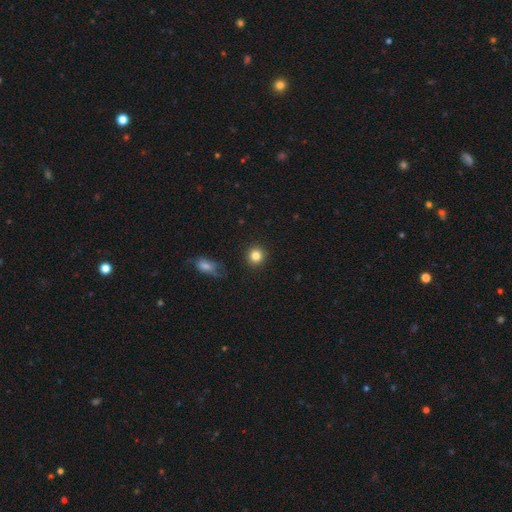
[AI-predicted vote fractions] A smooth galaxy with no disk features (83%) that is round (92%). Merging: none (90%).